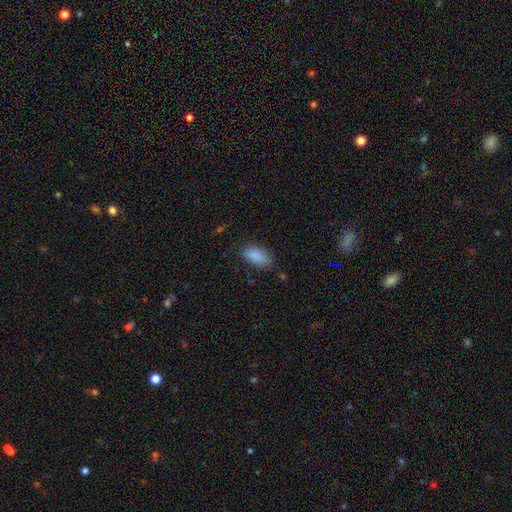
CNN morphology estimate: The model was most divided on "merging": none: 77%, minor disturbance: 17%, major disturbance: 4%, merger: 1%. More confident: how rounded — in between (91%); smooth or featured — smooth (88%).